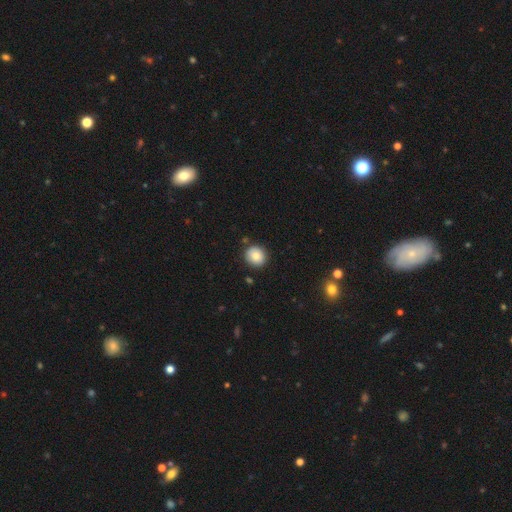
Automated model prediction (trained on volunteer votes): A smooth galaxy with no disk features (83%) that is round (88%).

Vote fractions:
- Smooth or featured? smooth: 83% / star or artifact: 9% / featured or disk: 8%
- How rounded? round: 88% / in between: 11% / cigar-shaped: 1%
- Merging? none: 87% / minor disturbance: 8% / merger: 2% / major disturbance: 2%